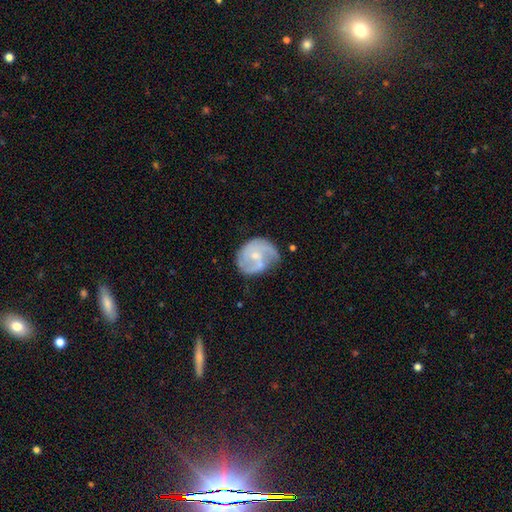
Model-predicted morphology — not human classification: Smooth or featured: featured or disk — 71% (smooth — 23%)
Edge-on disk: no — 98% (yes — 2%)
Bar: no — 59% (weak — 36%)
Spiral arms: yes — 84% (no — 16%)
Spiral winding: medium — 43% (tight — 33%)
Spiral arm count: 2 — 50% (can't tell — 22%)
Bulge size: small — 60% (moderate — 32%)
Merging: none — 50% (minor disturbance — 29%)